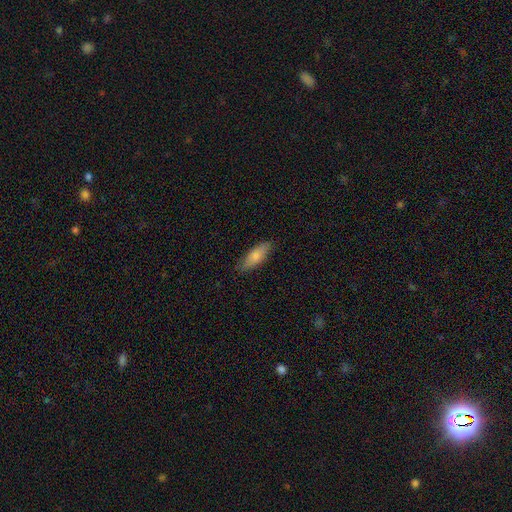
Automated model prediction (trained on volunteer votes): The model was most divided on "how rounded": in between: 62%, cigar-shaped: 35%, round: 2%. More confident: merging — none (83%); smooth or featured — smooth (76%).